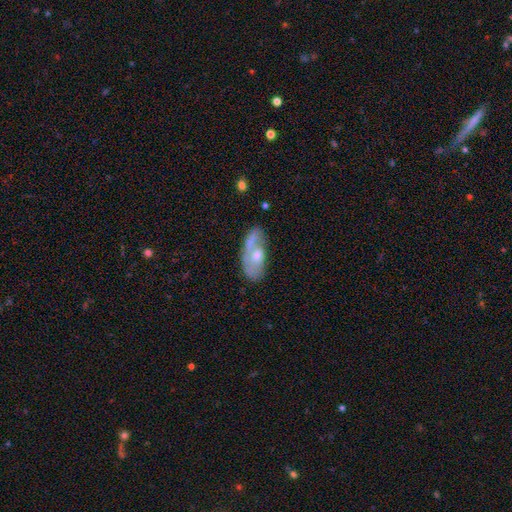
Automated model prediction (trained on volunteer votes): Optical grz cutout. It shows a featured or disk galaxy (52%). Merging: none (39%).